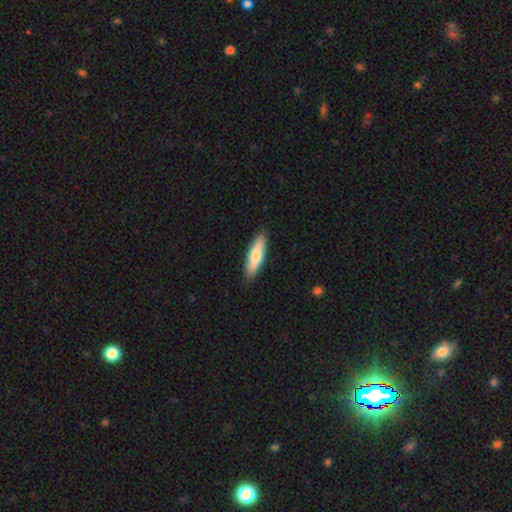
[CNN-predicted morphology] Smooth or featured? Predicted: smooth (p=0.73). How rounded? Predicted: cigar-shaped (p=0.65). Merging? Predicted: none (p=0.89).